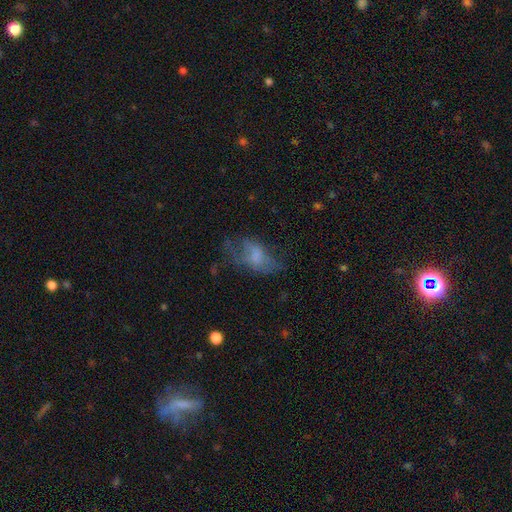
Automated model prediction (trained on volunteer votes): A smooth galaxy with no disk features (50%).

Vote fractions:
- Smooth or featured? smooth: 50% / featured or disk: 37% / star or artifact: 13%
- Merging? none: 37% / major disturbance: 35% / minor disturbance: 24% / merger: 3%